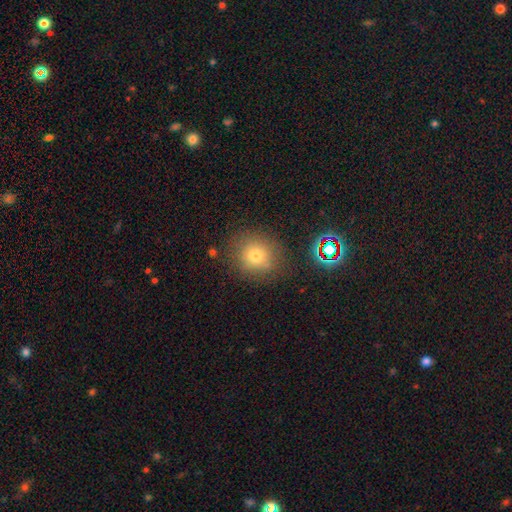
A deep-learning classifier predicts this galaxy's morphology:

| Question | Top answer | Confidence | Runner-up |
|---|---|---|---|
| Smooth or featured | smooth | 72% | star or artifact (17%) |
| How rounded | round | 88% | in between (11%) |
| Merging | none | 82% | minor disturbance (11%) |